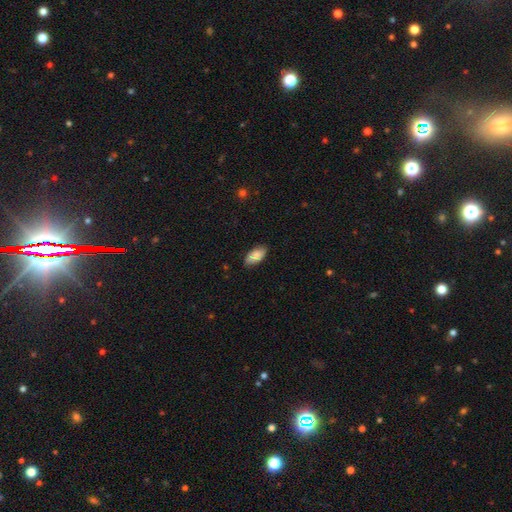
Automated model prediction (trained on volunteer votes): Smooth or featured? smooth (86%)
How rounded? in between (93%)
Merging? none (82%)